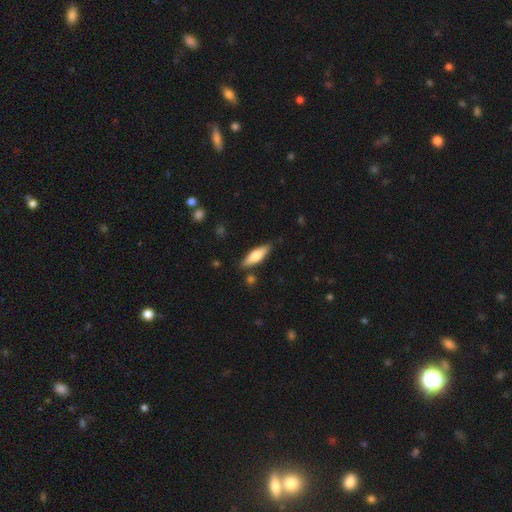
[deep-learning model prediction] Smooth or featured: smooth — 62% (featured or disk — 32%)
How rounded: cigar-shaped — 55% (in between — 43%)
Merging: none — 84% (minor disturbance — 11%)